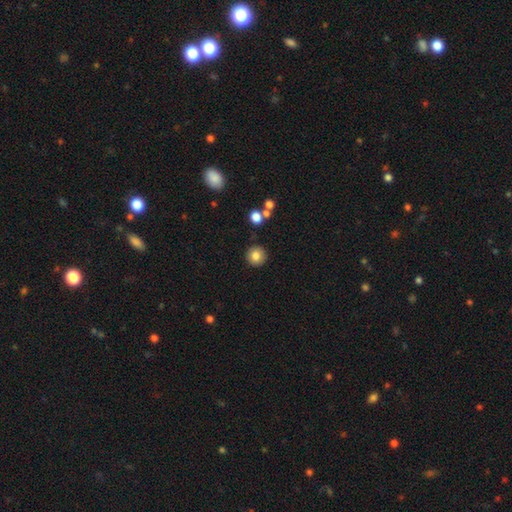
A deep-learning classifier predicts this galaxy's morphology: The model was most divided on "smooth or featured": smooth: 83%, star or artifact: 10%, featured or disk: 7%. More confident: how rounded — round (94%); merging — none (89%).